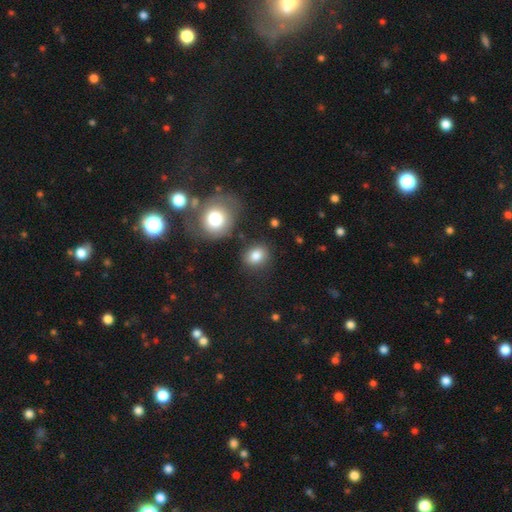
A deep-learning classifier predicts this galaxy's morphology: Smooth or featured?
  - smooth: 82% *
  - star or artifact: 10%
  - featured or disk: 8%
How rounded?
  - round: 57% *
  - in between: 42%
  - cigar-shaped: 1%
Merging?
  - none: 79% *
  - minor disturbance: 12%
  - merger: 6%
  - major disturbance: 4%